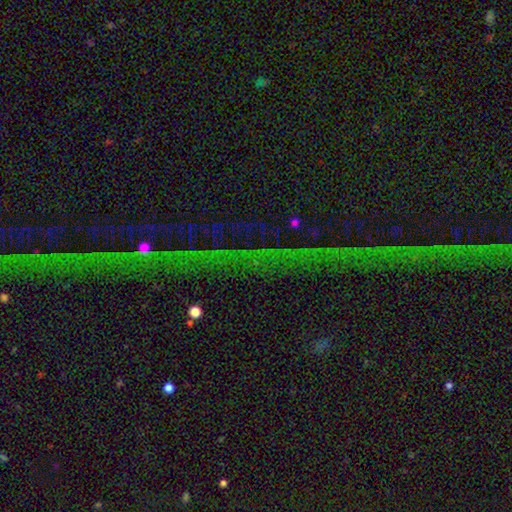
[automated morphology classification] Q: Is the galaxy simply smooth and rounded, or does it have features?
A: star or artifact — 84%.